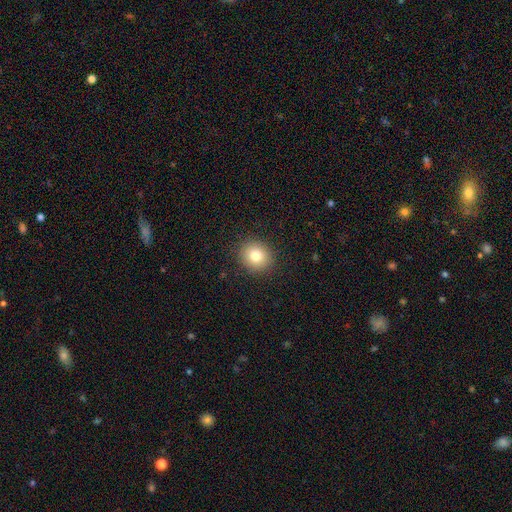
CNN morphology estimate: type=smooth (80%); roundness=round (81%); merging=none (90%).